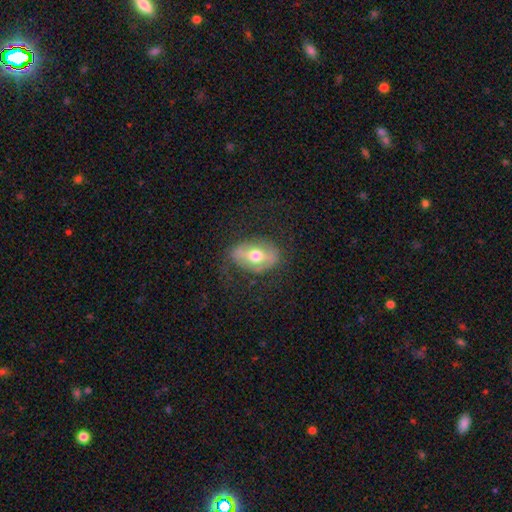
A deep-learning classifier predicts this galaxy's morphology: type=featured or disk (55%); edge-on=no (84%); merging=none (68%).